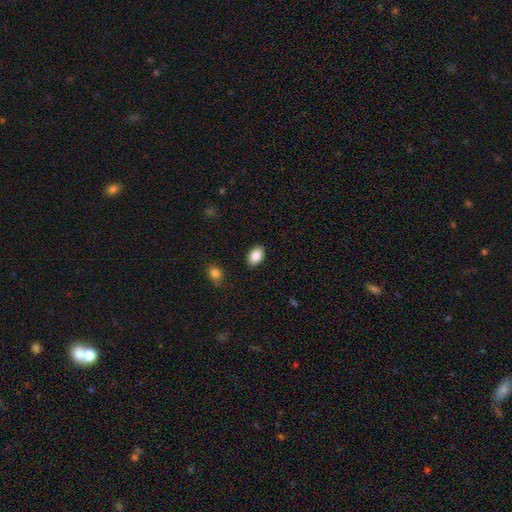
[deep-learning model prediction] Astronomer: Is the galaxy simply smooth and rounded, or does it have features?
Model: smooth — 87%.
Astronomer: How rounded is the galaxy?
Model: in between — 85%.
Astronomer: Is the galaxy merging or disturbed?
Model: none — 88%.